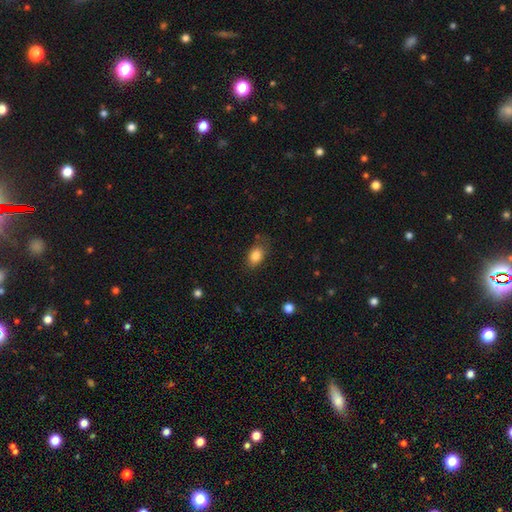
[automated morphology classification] Smooth or featured?
  - smooth: 85% *
  - star or artifact: 8%
  - featured or disk: 7%
How rounded?
  - in between: 85% *
  - round: 13%
  - cigar-shaped: 2%
Merging?
  - none: 73% *
  - minor disturbance: 19%
  - major disturbance: 6%
  - merger: 2%